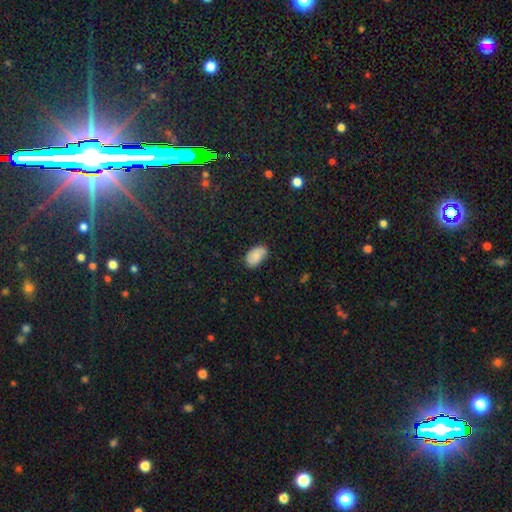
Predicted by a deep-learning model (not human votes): A smooth galaxy with no disk features (81%) that is in between round and cigar-shaped (93%). Merging: none (75%).